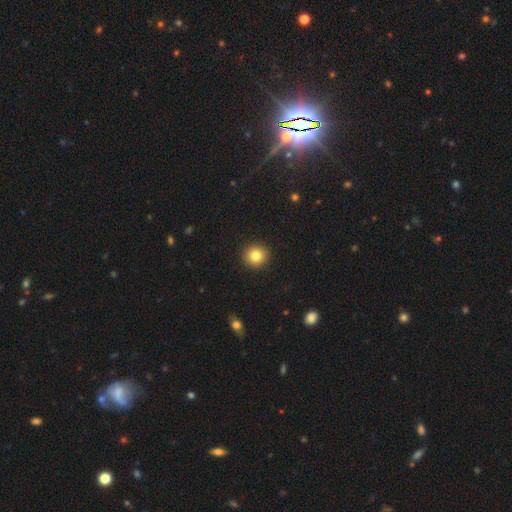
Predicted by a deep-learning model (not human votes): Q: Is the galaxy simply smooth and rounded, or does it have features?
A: smooth — 83%.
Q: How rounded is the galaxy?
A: round — 93%.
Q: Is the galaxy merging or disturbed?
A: none — 93%.